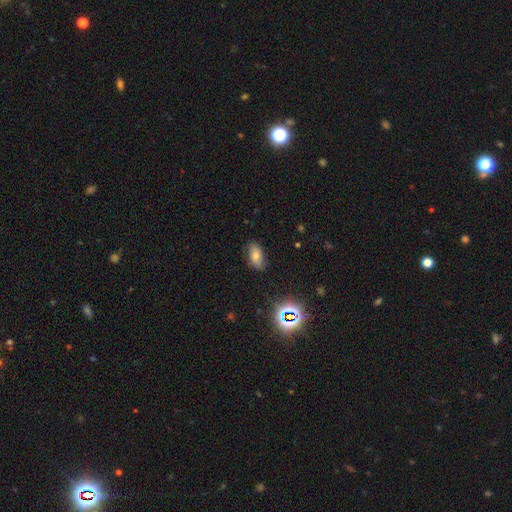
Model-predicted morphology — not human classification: smooth-or-featured: smooth: 64% | featured or disk: 21% | star or artifact: 15%
  how-rounded: in between: 90% | round: 5% | cigar-shaped: 5%
  merging: none: 76% | minor disturbance: 18% | major disturbance: 4% | merger: 1%